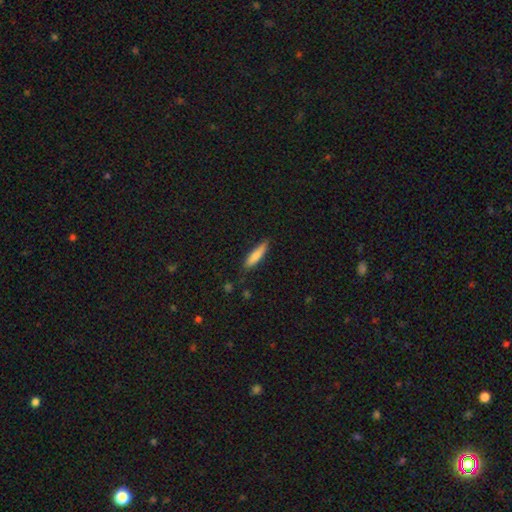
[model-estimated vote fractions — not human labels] This appears to be a smooth galaxy with no disk features (79%) that is cigar-shaped (79%). Merging: none (81%).